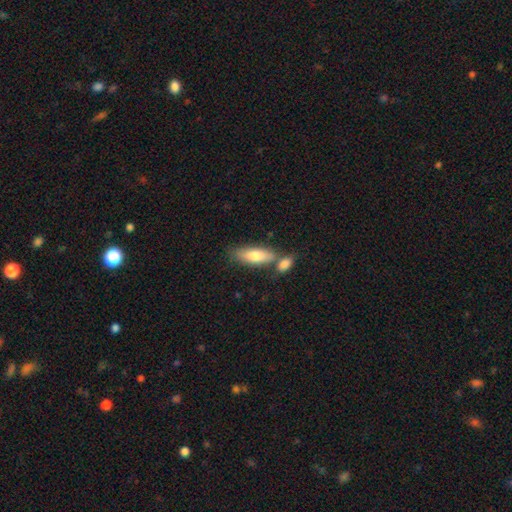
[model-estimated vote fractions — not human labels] Overall: smooth (78%). How rounded: in between (68%; cigar-shaped 29%). Merging: none (51%; merger 32%).